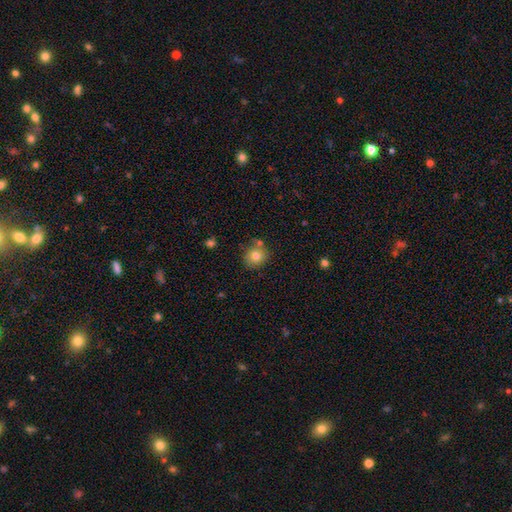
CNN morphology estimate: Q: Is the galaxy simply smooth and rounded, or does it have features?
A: smooth — 79%.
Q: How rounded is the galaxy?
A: round — 83%.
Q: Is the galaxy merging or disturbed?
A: none — 72%.